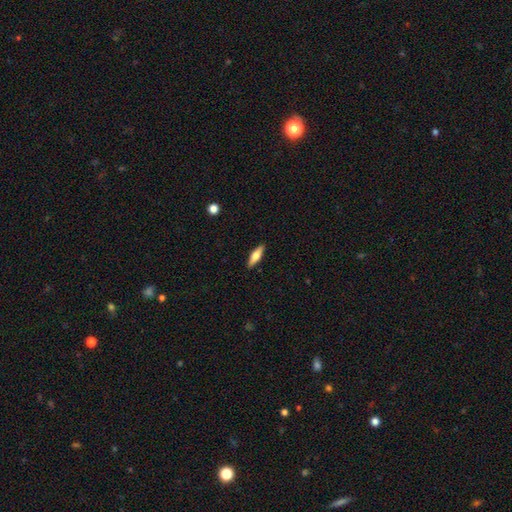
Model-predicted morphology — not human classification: A smooth galaxy with no disk features (64%) that is cigar-shaped (55%). Merging: none (89%).